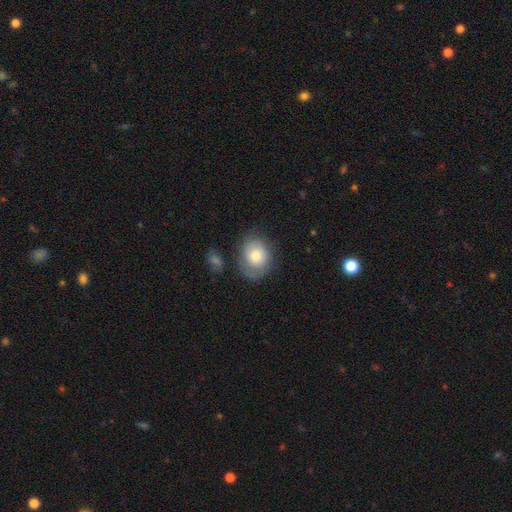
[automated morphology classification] Smooth or featured: smooth — 67% (featured or disk — 26%)
How rounded: round — 63% (in between — 36%)
Merging: none — 63% (minor disturbance — 23%)